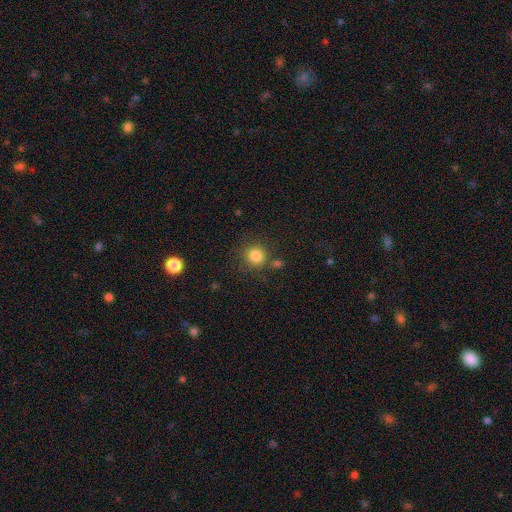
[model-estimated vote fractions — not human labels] Q: Smooth or featured?
A: smooth (84%); runner-up: star or artifact (11%)
Q: How rounded?
A: round (92%); runner-up: in between (7%)
Q: Merging?
A: none (78%); runner-up: minor disturbance (10%)